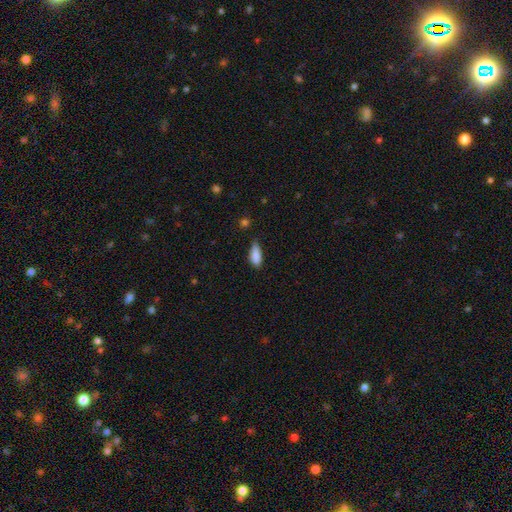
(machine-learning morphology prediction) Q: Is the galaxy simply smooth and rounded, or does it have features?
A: smooth — 86%.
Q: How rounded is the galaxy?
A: in between — 74%.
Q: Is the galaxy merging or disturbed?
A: none — 56%.